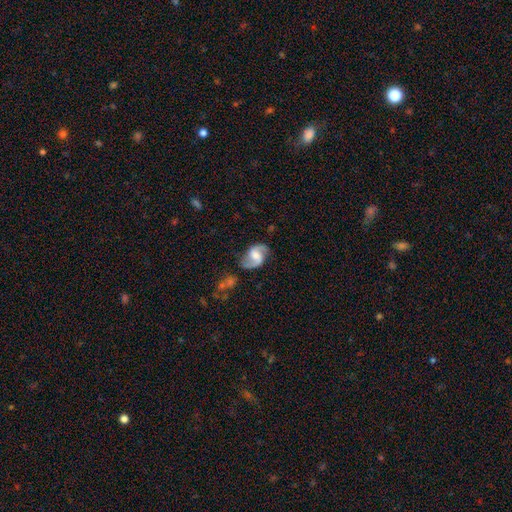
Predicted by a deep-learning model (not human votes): Smooth or featured?
  - featured or disk: 85% *
  - smooth: 10%
  - star or artifact: 5%
Edge-on disk?
  - no: 98% *
  - yes: 2%
Bar?
  - weak: 51% *
  - no: 33%
  - strong: 17%
Spiral arms?
  - yes: 96% *
  - no: 4%
Spiral winding?
  - loose: 44% * (tied)
  - medium: 44% * (tied)
  - tight: 12%
Spiral arm count?
  - 2: 93% *
  - can't tell: 2%
  - 1: 2%
  - 3: 1%
  - 4: 1%
  - more than 4: 1%
Bulge size?
  - moderate: 51% *
  - small: 28%
  - large: 10%
  - none: 9%
  - dominant: 2%
Merging?
  - none: 75% *
  - minor disturbance: 16%
  - major disturbance: 6%
  - merger: 3%